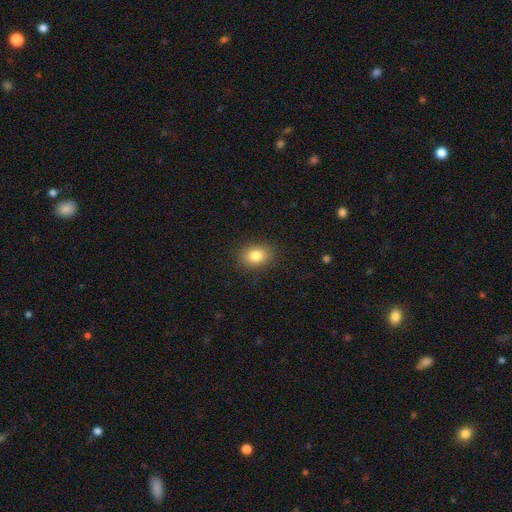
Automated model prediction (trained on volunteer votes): Smooth or featured: smooth — 83% (star or artifact — 10%)
How rounded: in between — 62% (round — 37%)
Merging: none — 88% (minor disturbance — 8%)